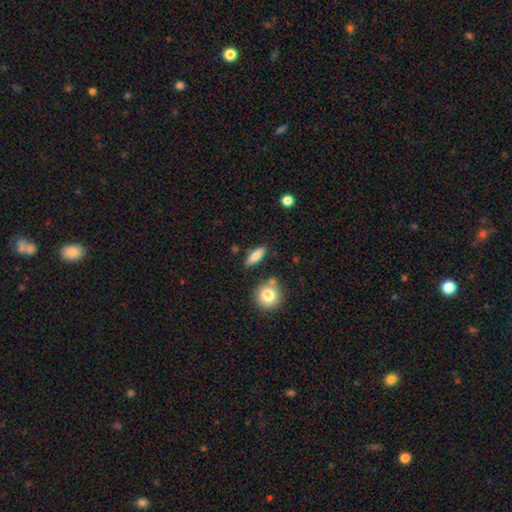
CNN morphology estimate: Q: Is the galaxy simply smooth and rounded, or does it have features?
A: smooth — 78%.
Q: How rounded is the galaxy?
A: in between — 59%.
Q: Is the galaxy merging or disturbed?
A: none — 81%.